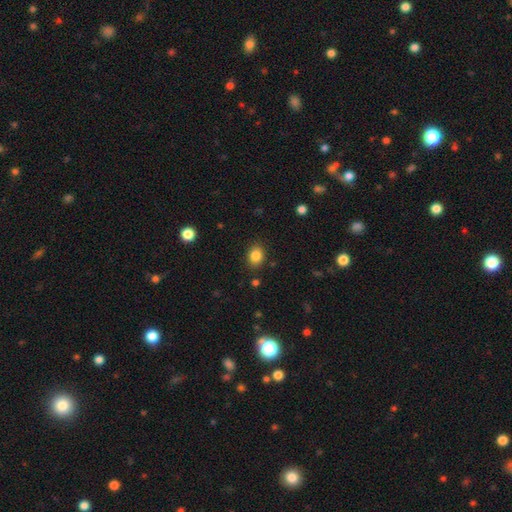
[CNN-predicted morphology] Overall: smooth (85%). How rounded: in between (58%; round 41%). Merging: none (86%).